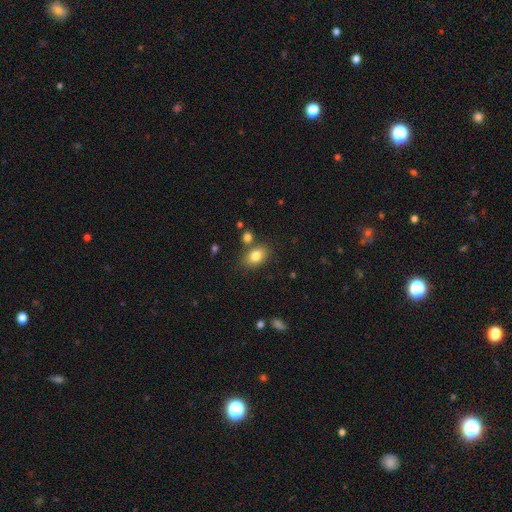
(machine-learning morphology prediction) Smooth or featured?
  - smooth: 82% *
  - star or artifact: 9%
  - featured or disk: 9%
How rounded?
  - in between: 78% *
  - round: 20%
  - cigar-shaped: 2%
Merging?
  - none: 73% *
  - minor disturbance: 13%
  - merger: 11%
  - major disturbance: 4%